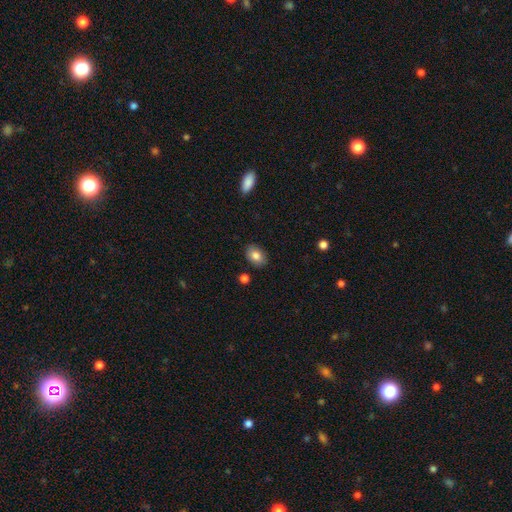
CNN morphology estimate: A smooth galaxy with no disk features (83%) that is in between round and cigar-shaped (80%).

Vote fractions:
- Smooth or featured? smooth: 83% / featured or disk: 10% / star or artifact: 8%
- How rounded? in between: 80% / round: 19% / cigar-shaped: 1%
- Merging? none: 86% / minor disturbance: 10% / major disturbance: 2% / merger: 2%